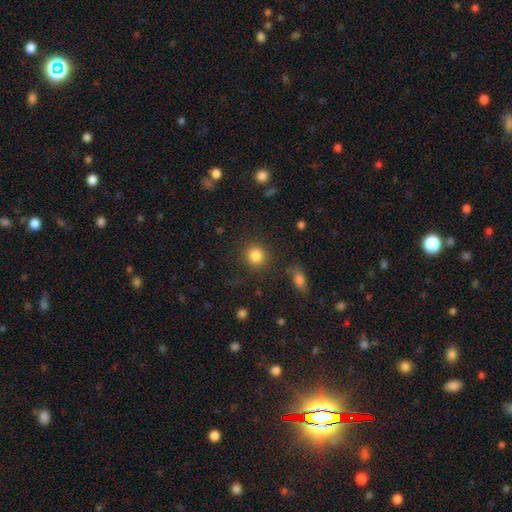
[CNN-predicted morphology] A smooth galaxy with no disk features (84%) that is round (91%).

Vote fractions:
- Smooth or featured? smooth: 84% / star or artifact: 11% / featured or disk: 5%
- How rounded? round: 91% / in between: 8% / cigar-shaped: 1%
- Merging? none: 86% / minor disturbance: 7% / major disturbance: 4% / merger: 3%